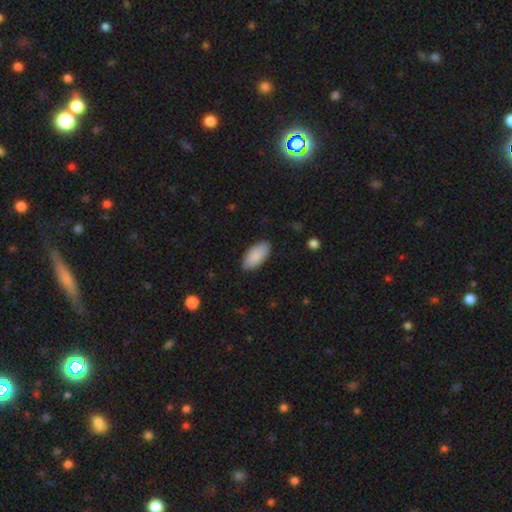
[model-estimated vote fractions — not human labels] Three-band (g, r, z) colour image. It shows a smooth galaxy with no disk features (89%) that is in between round and cigar-shaped (93%). Merging: none (86%).